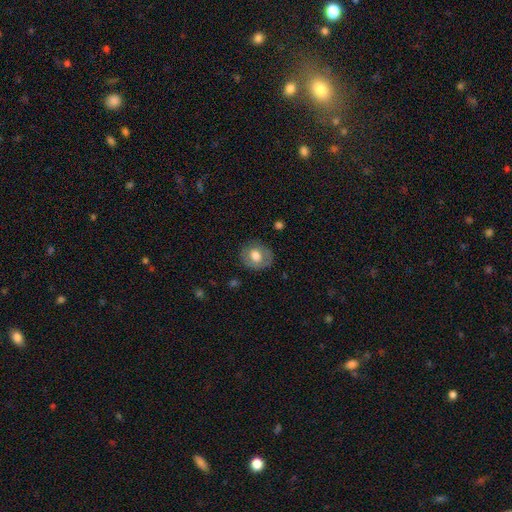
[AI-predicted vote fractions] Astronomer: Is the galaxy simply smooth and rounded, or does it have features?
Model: smooth — 66%.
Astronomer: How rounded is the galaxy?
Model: round — 68%.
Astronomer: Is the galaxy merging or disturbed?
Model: none — 81%.